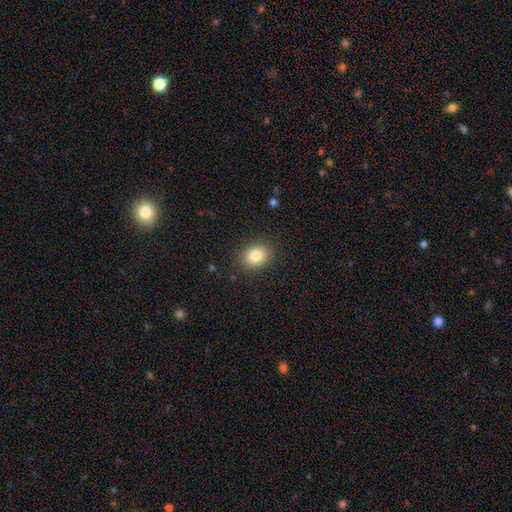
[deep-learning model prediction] Morphology: type=smooth (83%); roundness=in between (58%); merging=none (87%).